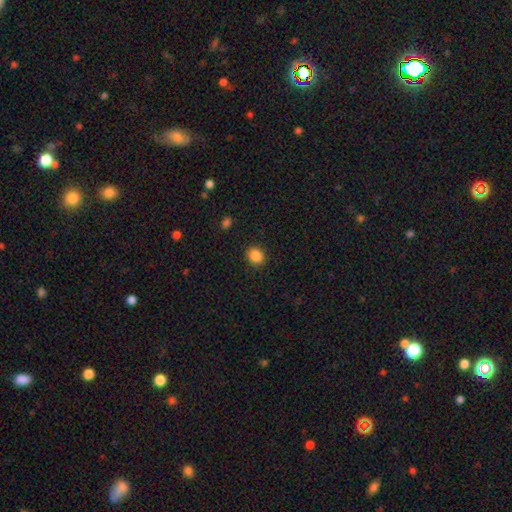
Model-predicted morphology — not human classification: smooth-or-featured: smooth: 87% | star or artifact: 10% | featured or disk: 3%
  how-rounded: round: 67% | in between: 32% | cigar-shaped: 1%
  merging: none: 89% | minor disturbance: 8% | major disturbance: 2% | merger: 1%